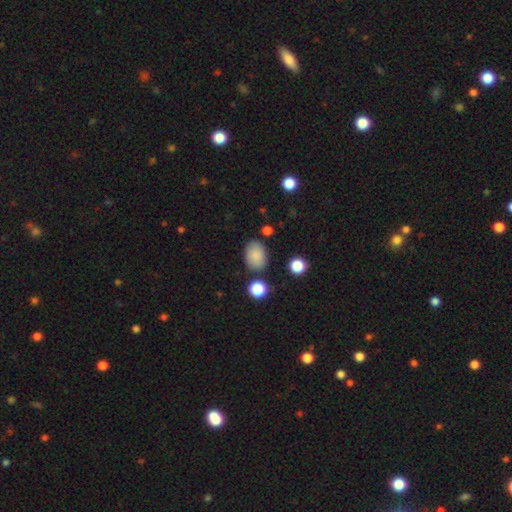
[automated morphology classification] Q: Smooth or featured?
A: smooth (85%); runner-up: star or artifact (9%)
Q: How rounded?
A: in between (76%); runner-up: round (23%)
Q: Merging?
A: none (77%); runner-up: minor disturbance (14%)